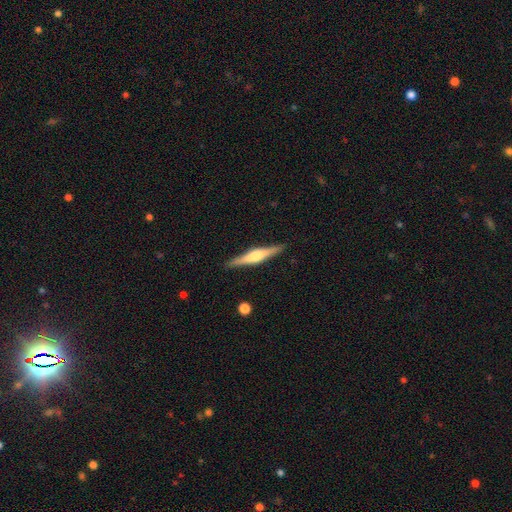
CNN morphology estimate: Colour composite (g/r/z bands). It shows a featured or disk galaxy (70%) viewed edge-on (98%) with a rounded central bulge (80%). Merging: none (90%).